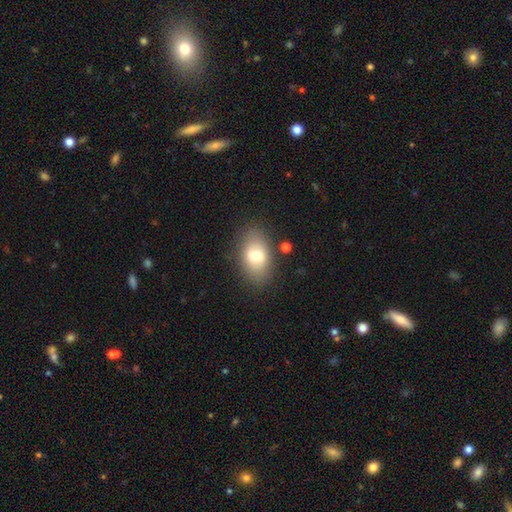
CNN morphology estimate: This appears to be a smooth galaxy with no disk features (72%) that is in between round and cigar-shaped (88%). Merging: none (80%).